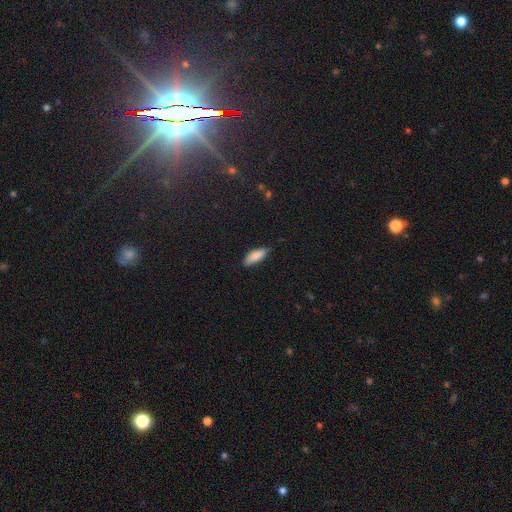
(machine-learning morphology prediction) smooth_or_featured: smooth (p=0.87) [alt: featured or disk p=0.07]
how_rounded: in between (p=0.66) [alt: cigar-shaped p=0.32]
merging: none (p=0.80) [alt: minor disturbance p=0.17]